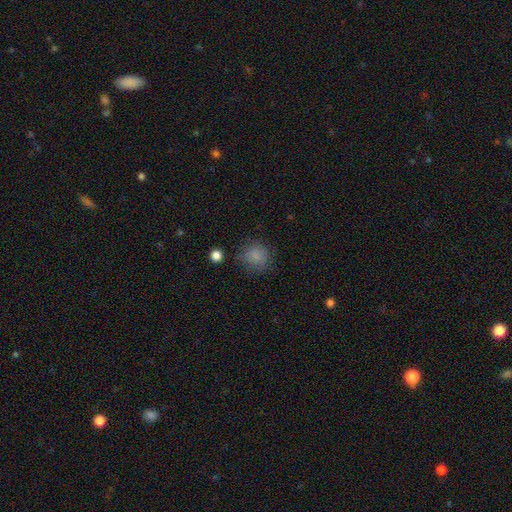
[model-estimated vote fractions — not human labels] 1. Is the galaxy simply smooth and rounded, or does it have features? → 84% smooth, 11% star or artifact, 6% featured or disk.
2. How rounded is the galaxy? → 87% round, 13% in between, 1% cigar-shaped.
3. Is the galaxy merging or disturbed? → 78% none, 15% minor disturbance, 6% major disturbance, 2% merger.